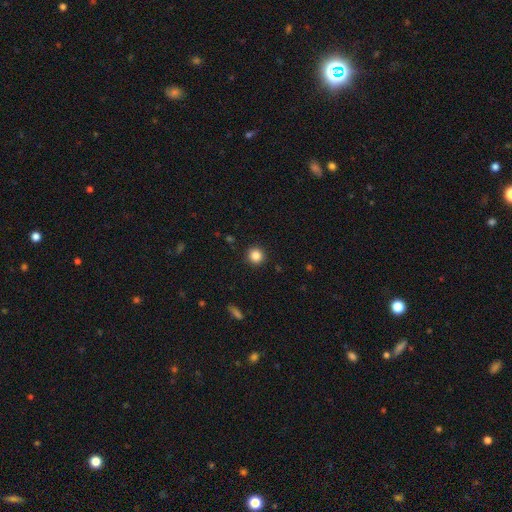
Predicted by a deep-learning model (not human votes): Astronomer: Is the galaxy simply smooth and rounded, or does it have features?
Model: smooth — 85%.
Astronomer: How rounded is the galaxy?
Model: round — 94%.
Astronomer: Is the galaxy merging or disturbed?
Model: none — 92%.